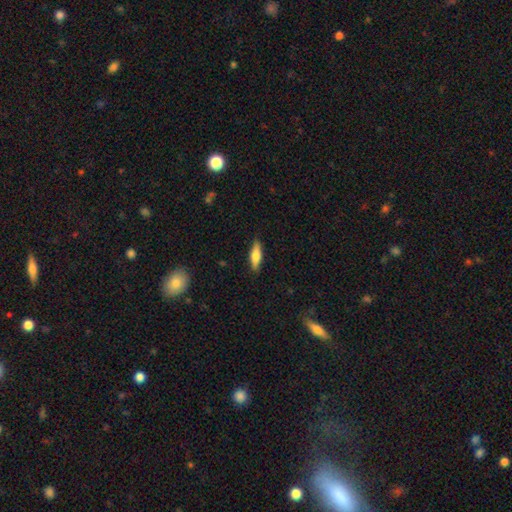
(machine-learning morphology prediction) smooth_or_featured: smooth (p=0.64) [alt: featured or disk p=0.30]
how_rounded: cigar-shaped (p=0.55) [alt: in between p=0.42]
merging: none (p=0.87) [alt: minor disturbance p=0.09]